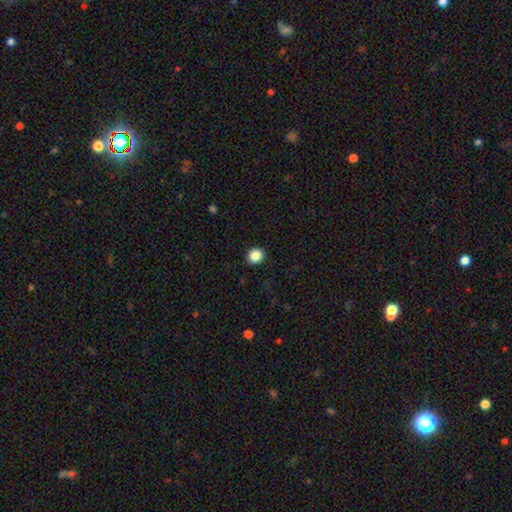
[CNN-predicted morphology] Smooth or featured? smooth (87%)
How rounded? round (80%)
Merging? none (90%)